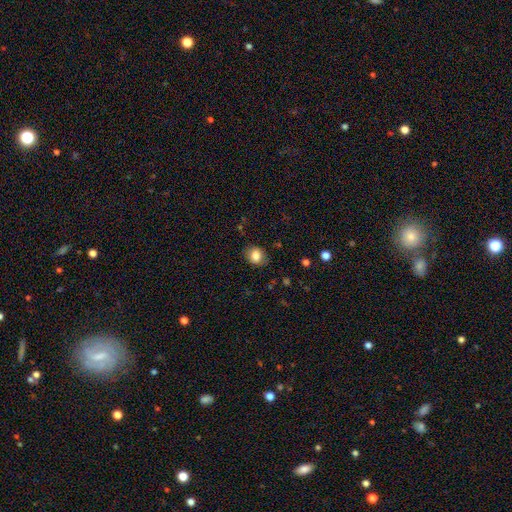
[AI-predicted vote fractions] A smooth galaxy with no disk features (83%) that is round (58%).

Vote fractions:
- Smooth or featured? smooth: 83% / star or artifact: 9% / featured or disk: 8%
- How rounded? round: 58% / in between: 41% / cigar-shaped: 1%
- Merging? none: 80% / minor disturbance: 14% / major disturbance: 4% / merger: 1%